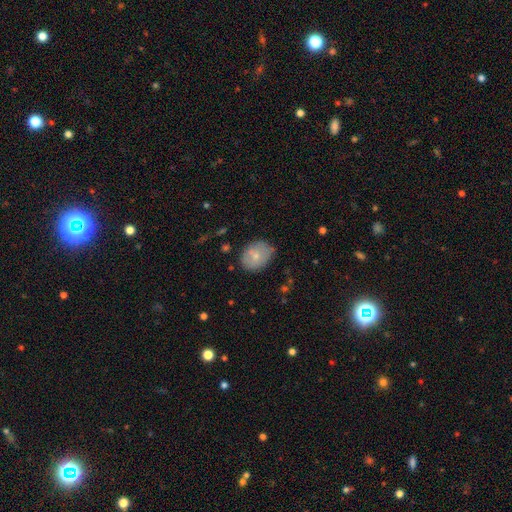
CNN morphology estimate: Smooth or featured? Predicted: smooth (p=0.68). How rounded? Predicted: in between (p=0.52). Merging? Predicted: none (p=0.70).